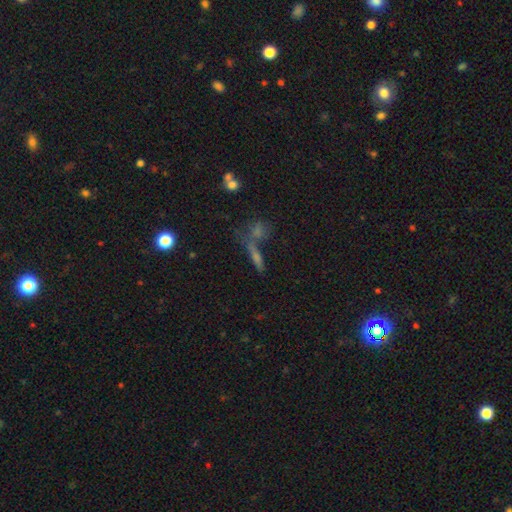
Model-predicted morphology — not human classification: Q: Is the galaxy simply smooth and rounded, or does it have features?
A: smooth — 44%.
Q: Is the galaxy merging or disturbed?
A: none — 57%.